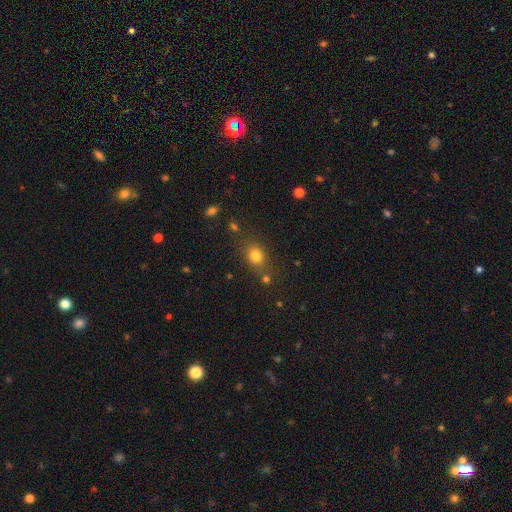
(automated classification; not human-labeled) Smooth or featured?
  - smooth: 79% *
  - star or artifact: 14%
  - featured or disk: 7%
How rounded?
  - round: 55% *
  - in between: 44%
  - cigar-shaped: 1%
Merging?
  - none: 73% *
  - minor disturbance: 14%
  - merger: 8%
  - major disturbance: 5%